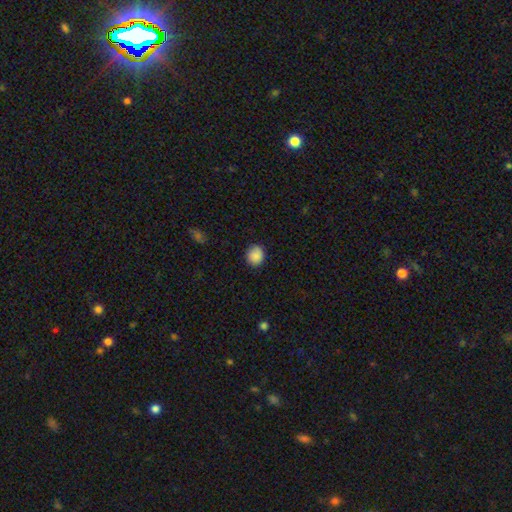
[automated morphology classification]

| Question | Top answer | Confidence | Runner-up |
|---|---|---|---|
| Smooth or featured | smooth | 88% | star or artifact (8%) |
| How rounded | round | 74% | in between (25%) |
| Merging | none | 86% | minor disturbance (11%) |